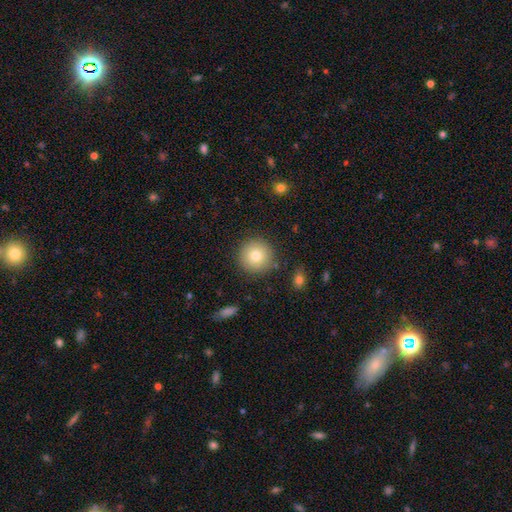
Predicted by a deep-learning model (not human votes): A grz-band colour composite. It shows a smooth galaxy with no disk features (80%) that is round (95%). Merging: none (88%).